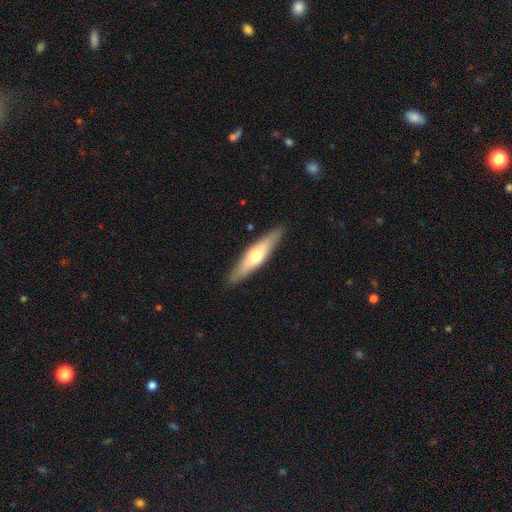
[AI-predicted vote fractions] Smooth or featured? featured or disk (49%)
Merging? none (89%)